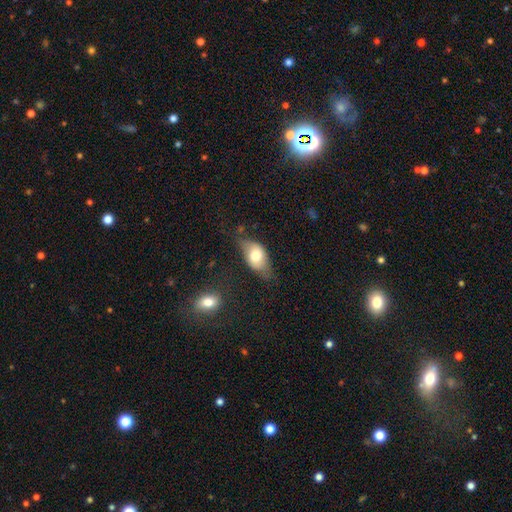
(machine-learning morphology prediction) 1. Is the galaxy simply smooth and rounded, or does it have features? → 66% smooth, 28% featured or disk, 7% star or artifact.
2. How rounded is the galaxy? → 87% in between, 8% round, 5% cigar-shaped.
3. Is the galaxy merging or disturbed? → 57% none, 29% minor disturbance, 10% major disturbance, 4% merger.